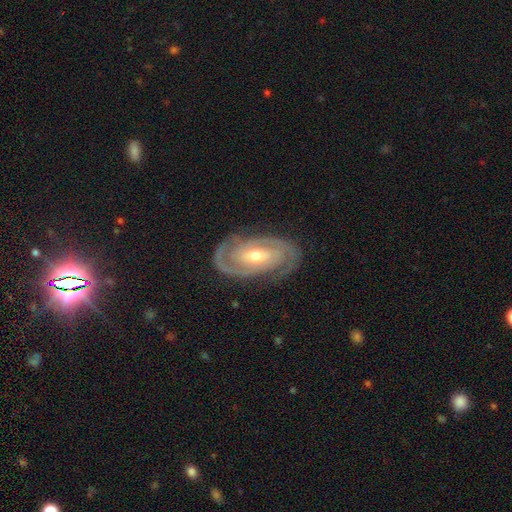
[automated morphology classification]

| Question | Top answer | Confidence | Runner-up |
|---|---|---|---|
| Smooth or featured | featured or disk | 91% | smooth (5%) |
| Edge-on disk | no | 96% | yes (4%) |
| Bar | weak | 37% | no (36%) |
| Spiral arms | yes | 97% | no (3%) |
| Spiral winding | tight | 70% | medium (26%) |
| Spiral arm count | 2 | 88% | can't tell (4%) |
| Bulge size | moderate | 60% | small (36%) |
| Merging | none | 84% | minor disturbance (11%) |